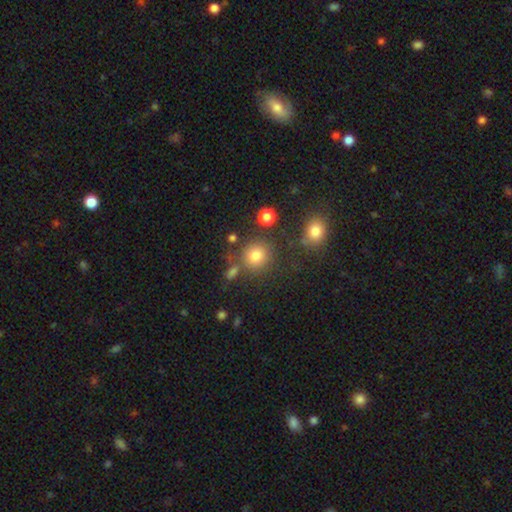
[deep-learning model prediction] Smooth or featured: smooth — 78% (star or artifact — 15%)
How rounded: round — 89% (in between — 10%)
Merging: none — 77% (minor disturbance — 10%)